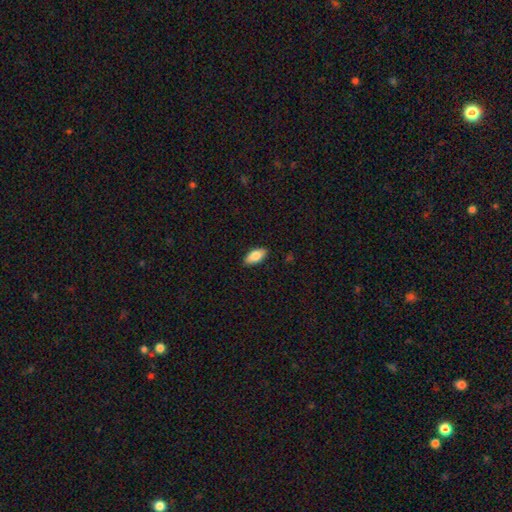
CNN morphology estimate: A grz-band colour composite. It shows a smooth galaxy with no disk features (82%) that is in between round and cigar-shaped (90%). Merging: none (88%).